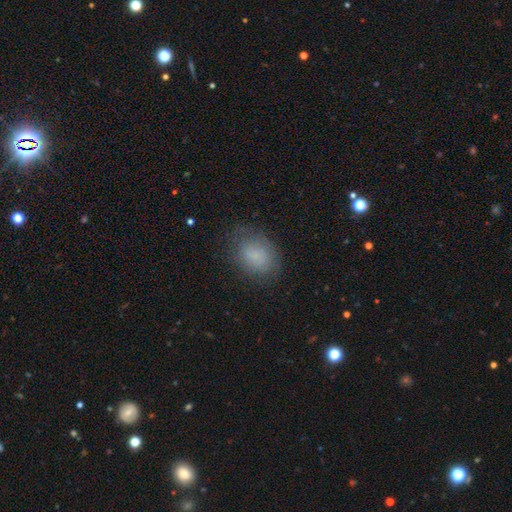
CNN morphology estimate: Overall: smooth (75%). How rounded: in between (68%; round 31%). Merging: none (71%).